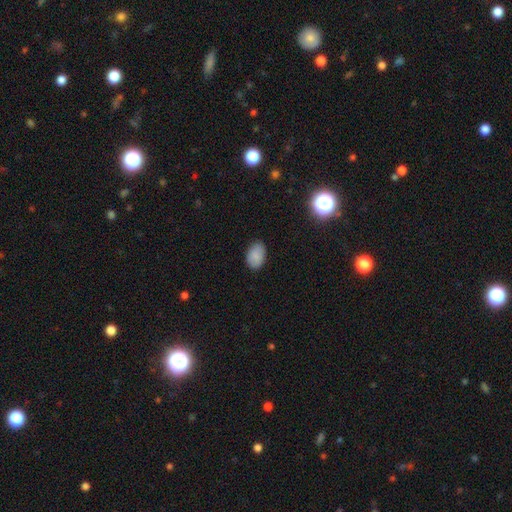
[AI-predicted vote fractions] This appears to be a smooth galaxy with no disk features (86%) that is in between round and cigar-shaped (87%). Merging: none (83%).